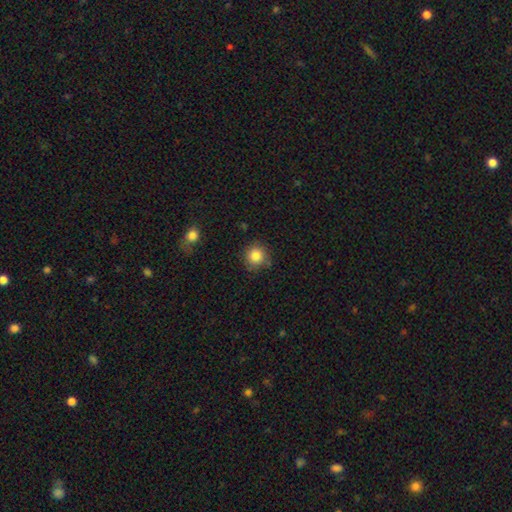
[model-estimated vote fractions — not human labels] Q: Smooth or featured?
A: smooth (84%); runner-up: star or artifact (10%)
Q: How rounded?
A: round (93%); runner-up: in between (6%)
Q: Merging?
A: none (85%); runner-up: minor disturbance (10%)